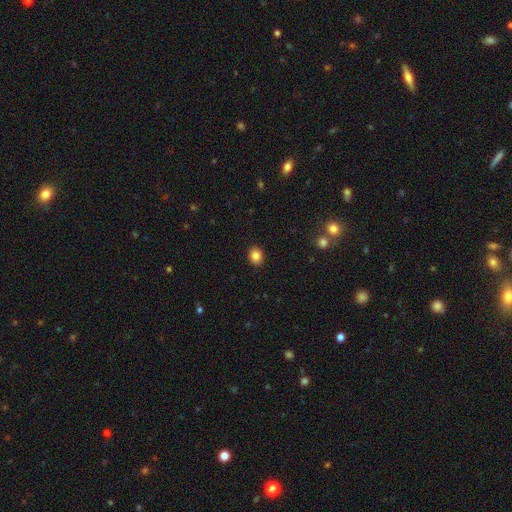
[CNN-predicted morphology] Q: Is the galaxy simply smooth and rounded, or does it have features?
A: smooth — 85%.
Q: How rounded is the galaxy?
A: round — 53%.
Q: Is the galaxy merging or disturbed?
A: none — 91%.